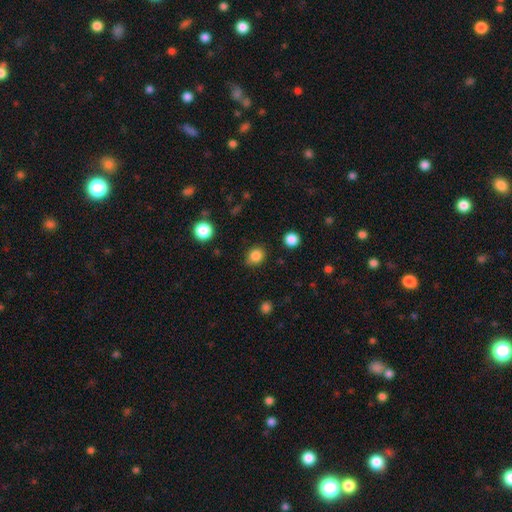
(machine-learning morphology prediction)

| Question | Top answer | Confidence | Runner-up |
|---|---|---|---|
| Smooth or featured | smooth | 84% | star or artifact (12%) |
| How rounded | round | 69% | in between (30%) |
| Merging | none | 82% | minor disturbance (13%) |